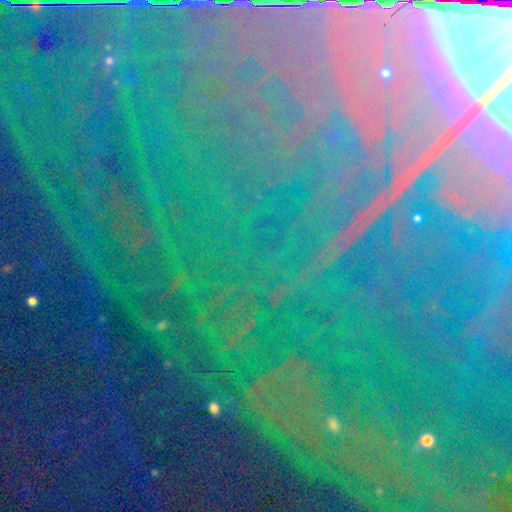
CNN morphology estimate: The model was most divided on "smooth or featured": star or artifact: 87%, featured or disk: 7%, smooth: 6%.